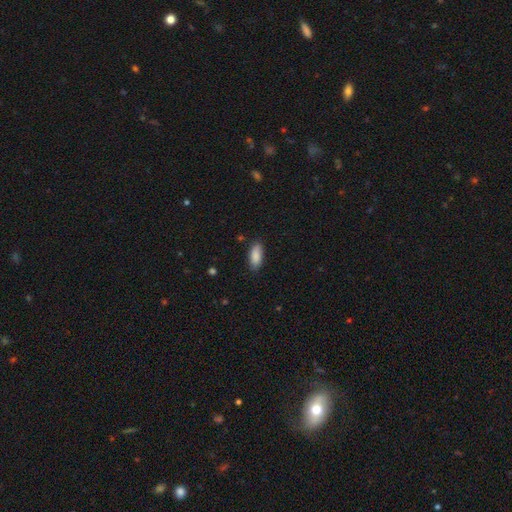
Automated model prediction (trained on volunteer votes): A smooth galaxy with no disk features (88%) that is in between round and cigar-shaped (82%). Merging: none (82%).